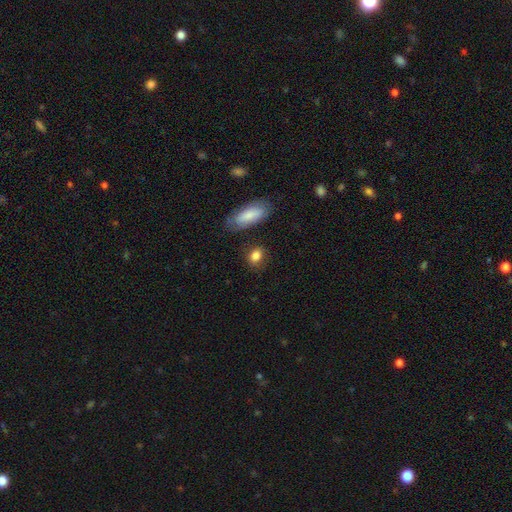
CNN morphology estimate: smooth-or-featured: smooth: 85% | star or artifact: 8% | featured or disk: 7%
  how-rounded: in between: 61% | round: 35% | cigar-shaped: 4%
  merging: none: 79% | minor disturbance: 13% | merger: 4% | major disturbance: 4%